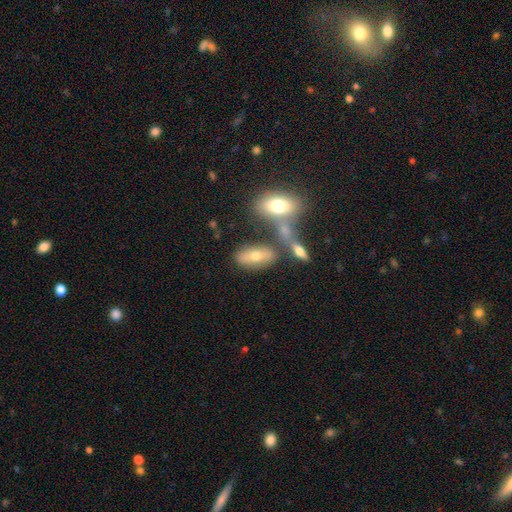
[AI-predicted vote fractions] This is possibly a smooth galaxy (55%). How rounded: likely in between (80%). Merging: possibly none (54%).